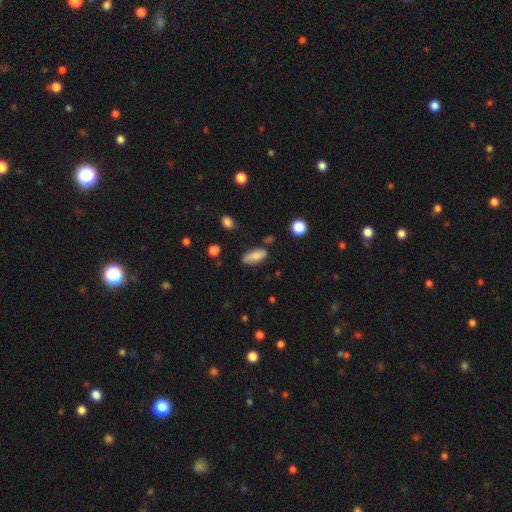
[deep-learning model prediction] A smooth galaxy with no disk features (77%) that is in between round and cigar-shaped (81%). Merging: none (71%).